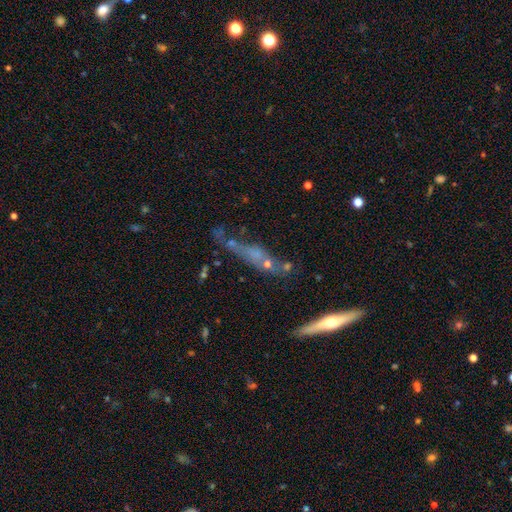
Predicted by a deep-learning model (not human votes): A featured or disk galaxy (57%) viewed edge-on (73%). Merging: none (58%).